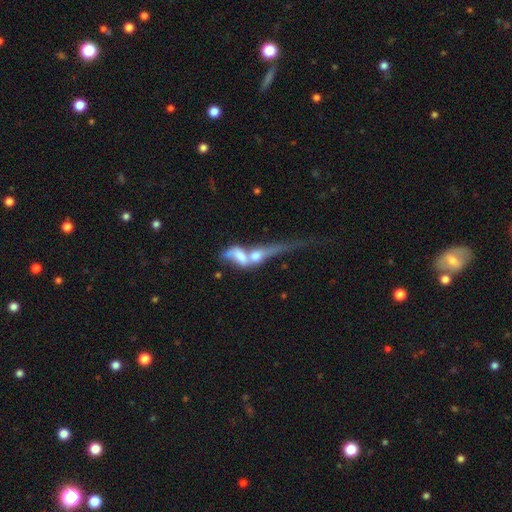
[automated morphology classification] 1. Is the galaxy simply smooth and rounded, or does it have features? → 47% smooth, 44% featured or disk, 10% star or artifact.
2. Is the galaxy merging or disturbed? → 69% merger, 17% major disturbance, 9% none, 5% minor disturbance.